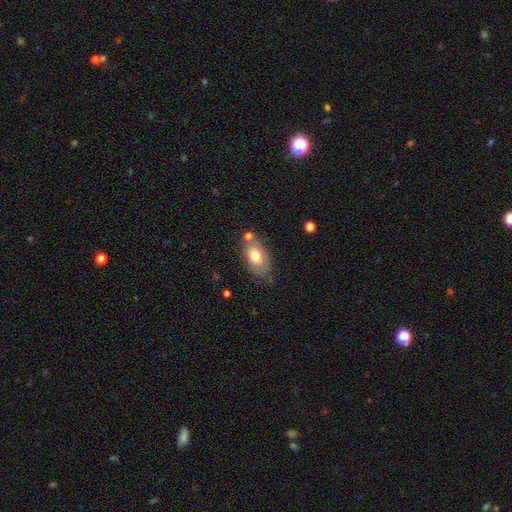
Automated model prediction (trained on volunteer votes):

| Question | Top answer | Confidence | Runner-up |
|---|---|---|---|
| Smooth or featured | smooth | 68% | featured or disk (24%) |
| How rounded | in between | 90% | round (8%) |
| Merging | none | 63% | minor disturbance (20%) |